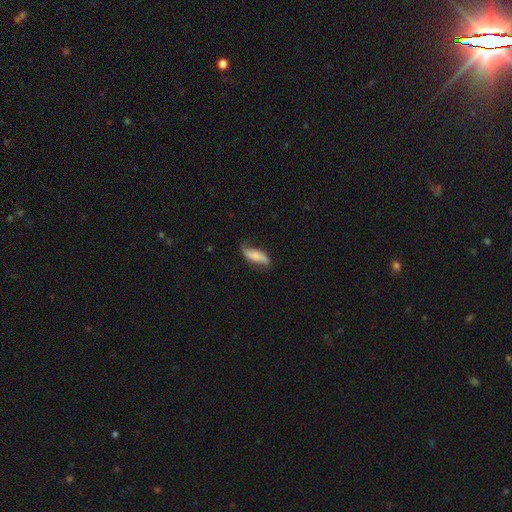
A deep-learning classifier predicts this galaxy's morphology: type=smooth (50%); merging=none (57%).